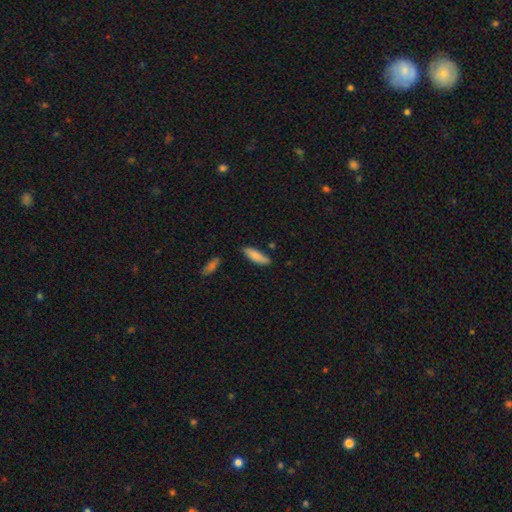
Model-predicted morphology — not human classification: smooth_or_featured: smooth (p=0.83) [alt: featured or disk p=0.11]
how_rounded: in between (p=0.54) [alt: cigar-shaped p=0.44]
merging: none (p=0.77) [alt: minor disturbance p=0.16]